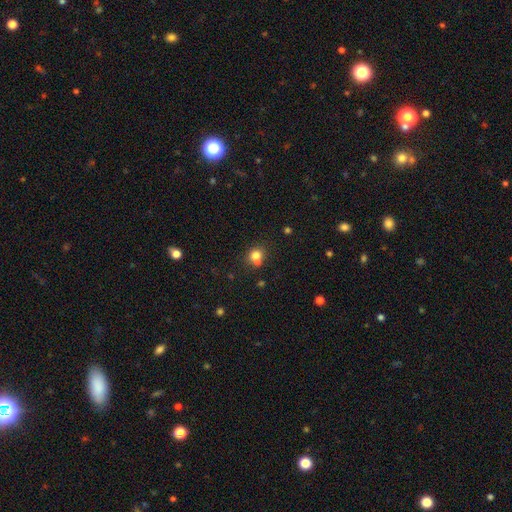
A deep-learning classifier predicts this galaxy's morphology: Smooth or featured? Predicted: smooth (p=0.77). How rounded? Predicted: round (p=0.78). Merging? Predicted: none (p=0.53).